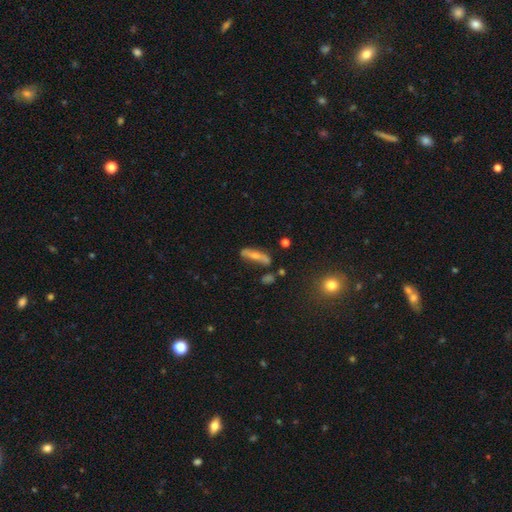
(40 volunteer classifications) Smooth or featured?
  - smooth: 65% *
  - featured or disk: 35%
  - star or artifact: 0%
How rounded?
  - cigar-shaped: 58% *
  - in between: 38%
  - round: 4%
Merging?
  - none: 75% *
  - minor disturbance: 20%
  - major disturbance: 5%
  - merger: 0%